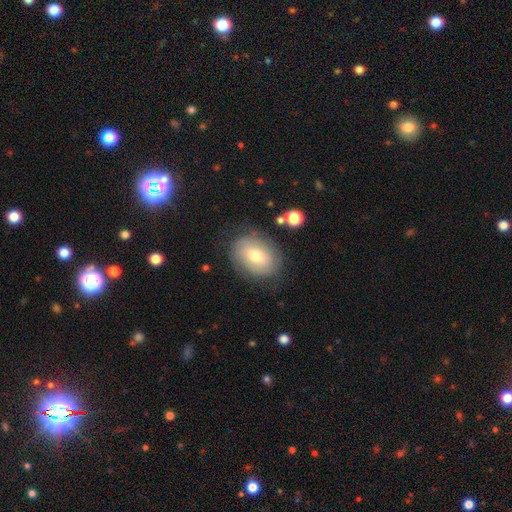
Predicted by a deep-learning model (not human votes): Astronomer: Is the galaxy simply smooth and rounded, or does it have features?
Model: smooth — 58%.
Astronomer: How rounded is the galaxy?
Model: in between — 63%.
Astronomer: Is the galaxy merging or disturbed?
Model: none — 75%.